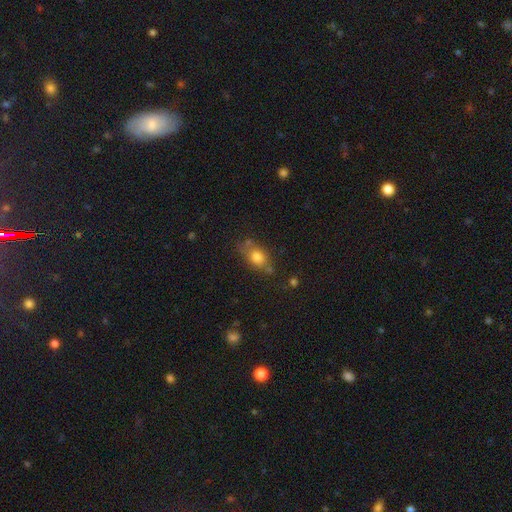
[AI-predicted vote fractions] A smooth galaxy with no disk features (70%) that is in between round and cigar-shaped (55%).

Vote fractions:
- Smooth or featured? smooth: 70% / star or artifact: 16% / featured or disk: 14%
- How rounded? in between: 55% / round: 41% / cigar-shaped: 4%
- Merging? none: 66% / minor disturbance: 19% / merger: 9% / major disturbance: 5%